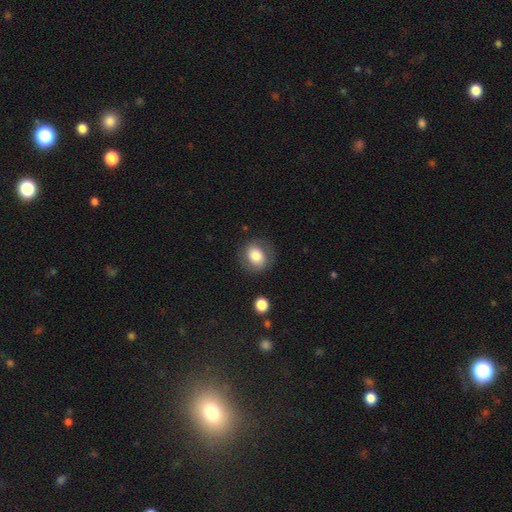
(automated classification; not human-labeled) This appears to be a smooth galaxy with no disk features (77%) that is round (65%). Merging: none (77%).